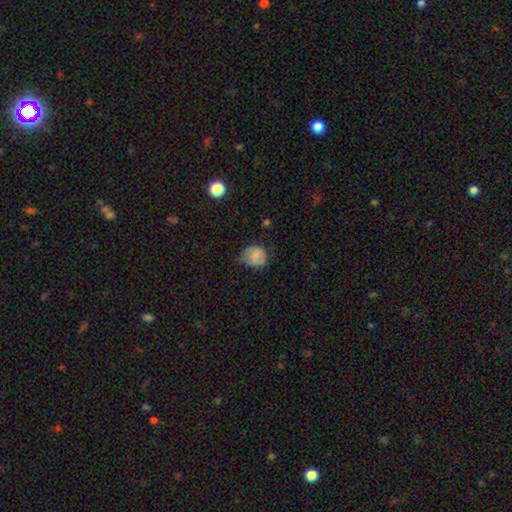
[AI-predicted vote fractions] This appears to be a smooth galaxy with no disk features (76%) that is round (69%). Merging: none (53%).